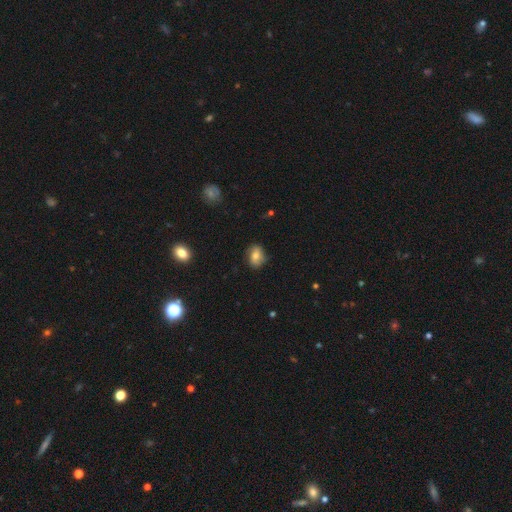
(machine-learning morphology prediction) Smooth or featured?
  - smooth: 71% *
  - featured or disk: 18%
  - star or artifact: 11%
How rounded?
  - in between: 60% *
  - round: 38%
  - cigar-shaped: 2%
Merging?
  - none: 80% *
  - minor disturbance: 15%
  - major disturbance: 3%
  - merger: 1%